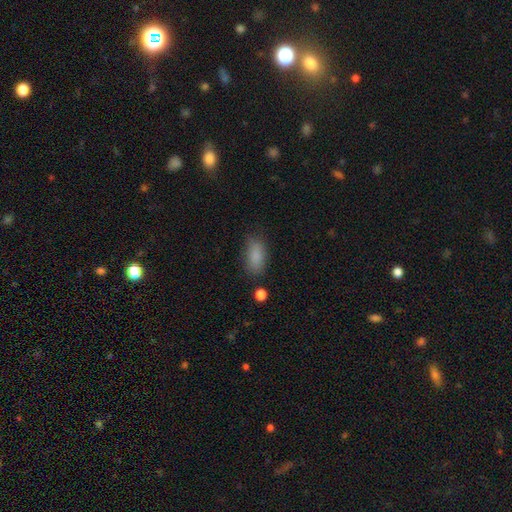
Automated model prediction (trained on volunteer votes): This appears to be a smooth galaxy with no disk features (86%) that is in between round and cigar-shaped (88%). Merging: none (78%).